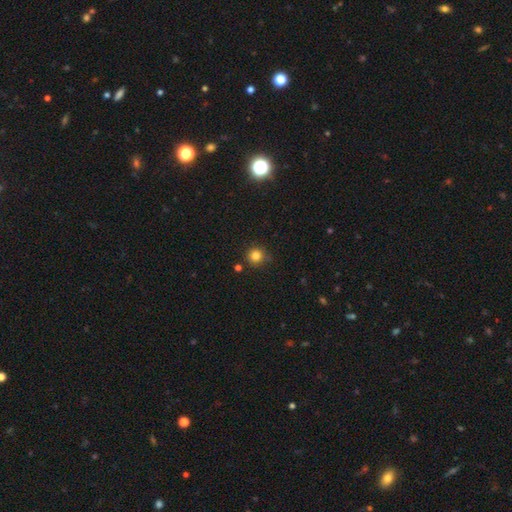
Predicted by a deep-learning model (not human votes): A smooth galaxy with no disk features (81%) that is round (94%). Merging: none (83%).